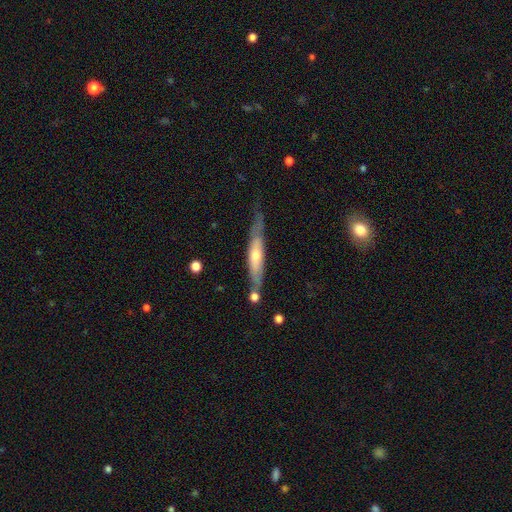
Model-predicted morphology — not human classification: Overall: featured or disk (56%; smooth 38%). Edge-on disk: yes (76%). Merging: none (62%; minor disturbance 24%).